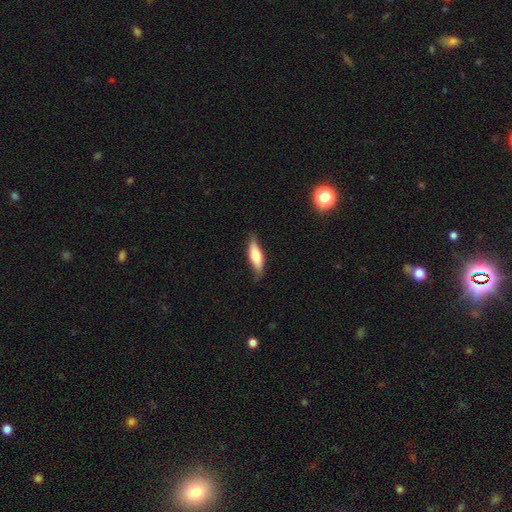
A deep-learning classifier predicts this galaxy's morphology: smooth_or_featured: smooth (p=0.65) [alt: featured or disk p=0.29]
how_rounded: in between (p=0.50) [alt: cigar-shaped p=0.48]
merging: none (p=0.73) [alt: minor disturbance p=0.22]